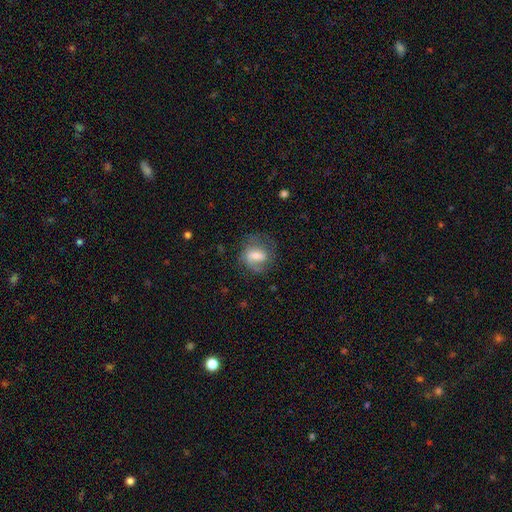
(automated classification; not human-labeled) A featured or disk galaxy (53%) with a weak bar (47%), spiral arms (77%) and a moderate central bulge (53%). Merging: none (59%).